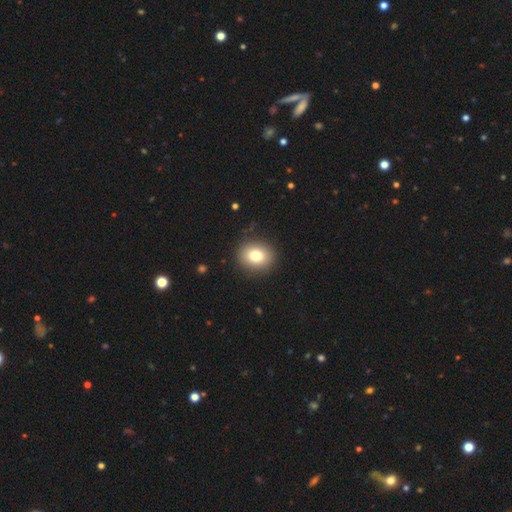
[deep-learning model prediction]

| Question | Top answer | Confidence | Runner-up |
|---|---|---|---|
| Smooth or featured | smooth | 79% | featured or disk (11%) |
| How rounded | round | 65% | in between (34%) |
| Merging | none | 89% | minor disturbance (7%) |